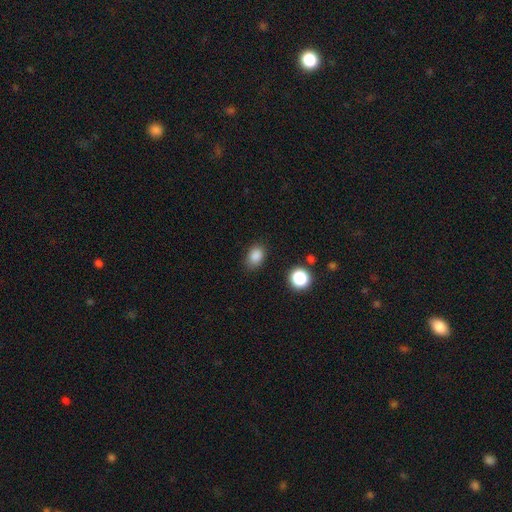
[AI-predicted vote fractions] Overall: smooth (85%). How rounded: in between (74%). Merging: none (82%).